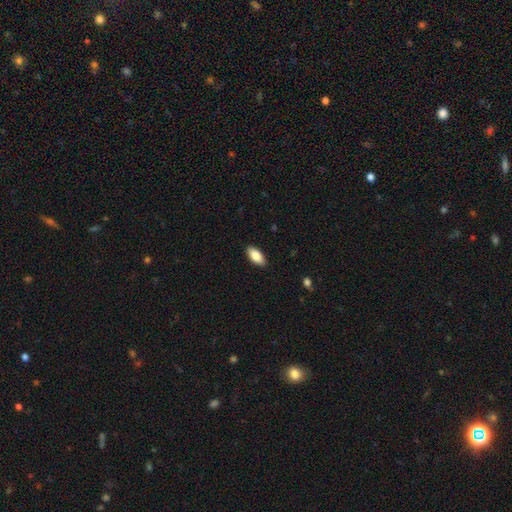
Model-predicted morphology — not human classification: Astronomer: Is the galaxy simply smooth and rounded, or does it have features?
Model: smooth — 86%.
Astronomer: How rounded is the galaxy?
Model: in between — 90%.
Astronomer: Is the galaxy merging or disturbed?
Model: none — 89%.